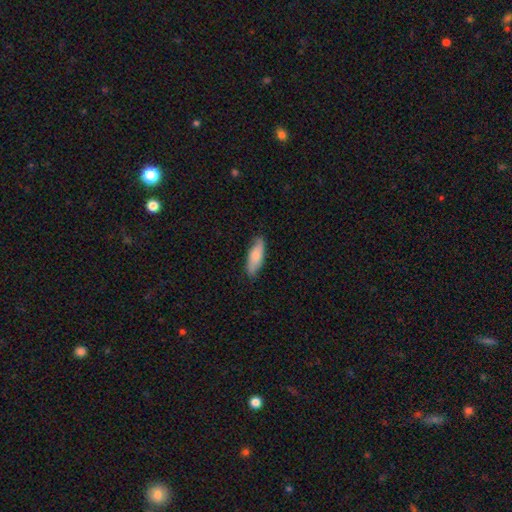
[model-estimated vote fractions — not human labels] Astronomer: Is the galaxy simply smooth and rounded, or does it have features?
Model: smooth — 77%.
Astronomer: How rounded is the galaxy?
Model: in between — 53% (runner-up: cigar-shaped, 45%).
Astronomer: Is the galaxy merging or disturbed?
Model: none — 82%.